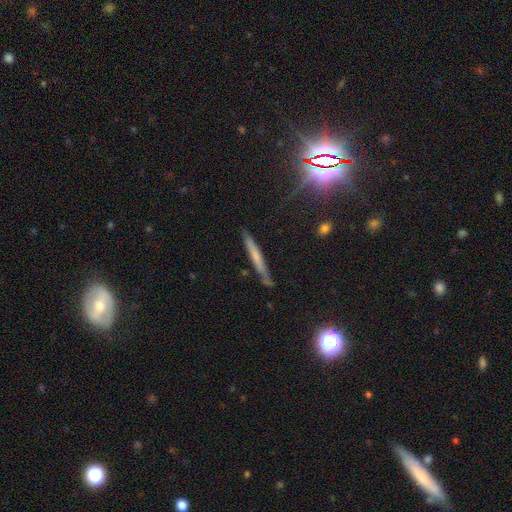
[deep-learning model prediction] This appears to be a smooth galaxy with no disk features (51%) that is cigar-shaped (96%). Merging: none (83%).